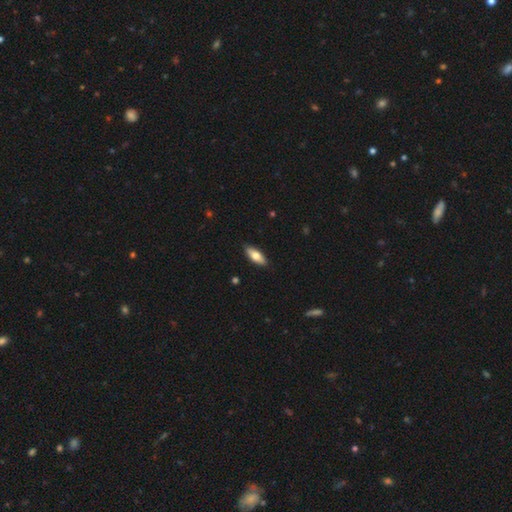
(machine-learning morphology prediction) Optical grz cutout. It shows a smooth galaxy with no disk features (70%) that is in between round and cigar-shaped (73%). Merging: none (89%).